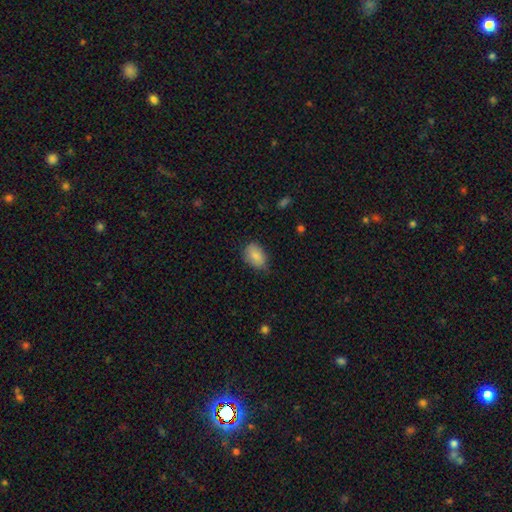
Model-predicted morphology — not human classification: This appears to be a smooth galaxy with no disk features (83%) that is in between round and cigar-shaped (81%). Merging: none (66%).